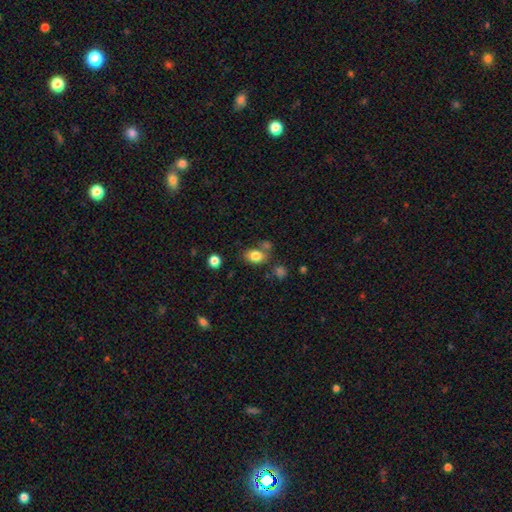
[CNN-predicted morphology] The model was most divided on "merging": none: 64%, minor disturbance: 16%, merger: 15%, major disturbance: 5%. More confident: smooth or featured — smooth (83%); how rounded — in between (77%).